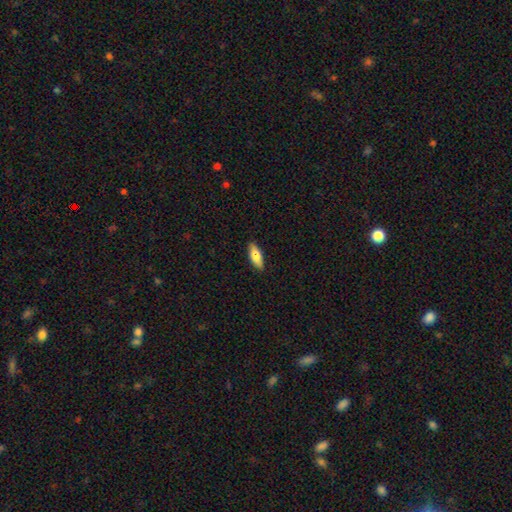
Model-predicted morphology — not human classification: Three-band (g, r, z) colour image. It shows a smooth galaxy with no disk features (78%) that is in between round and cigar-shaped (71%). Merging: none (89%).